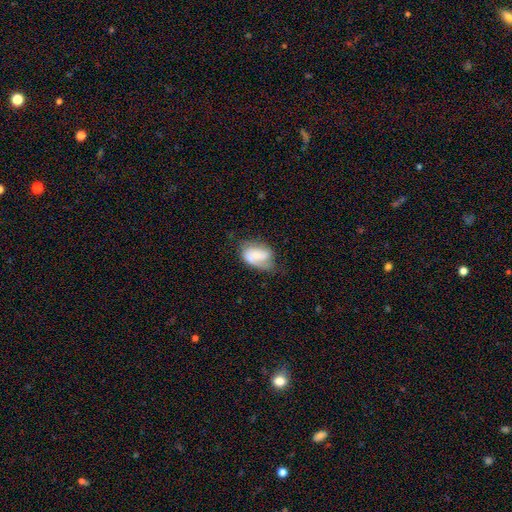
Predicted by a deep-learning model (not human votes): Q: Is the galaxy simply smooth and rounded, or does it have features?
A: featured or disk — 56%.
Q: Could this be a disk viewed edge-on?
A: no — 96%.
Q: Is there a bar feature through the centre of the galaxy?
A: no — 60%.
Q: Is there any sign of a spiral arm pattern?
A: yes — 79%.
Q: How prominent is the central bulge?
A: small — 48%.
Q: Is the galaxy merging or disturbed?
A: none — 52%.